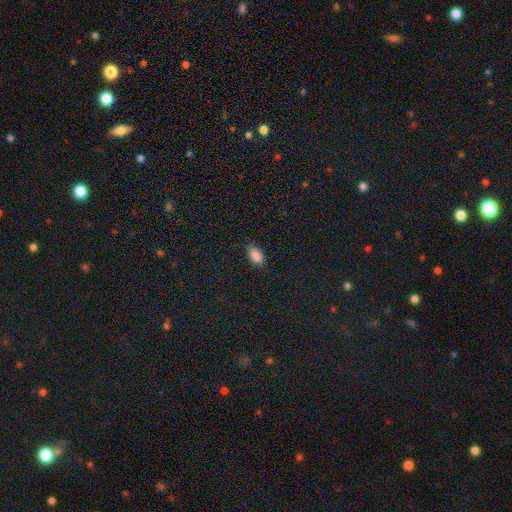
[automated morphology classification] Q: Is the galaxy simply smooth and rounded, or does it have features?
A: smooth — 85%.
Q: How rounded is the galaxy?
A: in between — 90%.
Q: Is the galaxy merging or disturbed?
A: none — 80%.